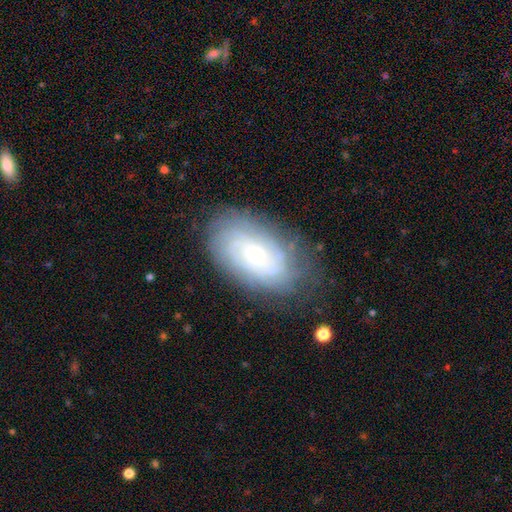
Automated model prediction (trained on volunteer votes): Smooth or featured? featured or disk (70%)
Edge-on disk? no (94%)
Bar? no (80%)
Spiral arms? yes (89%)
Spiral winding? tight (77%)
Spiral arm count? can't tell (56%)
Bulge size? small (72%)
Merging? none (76%)